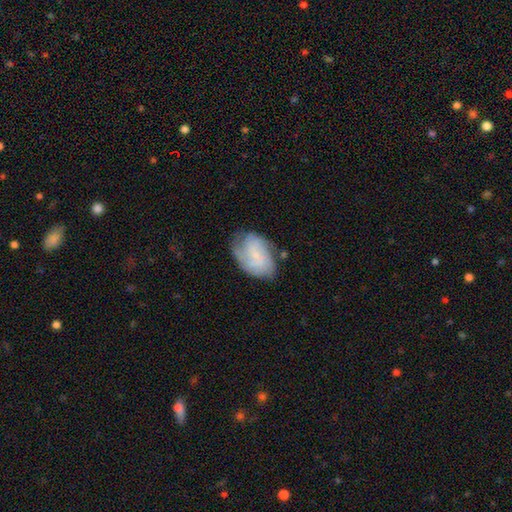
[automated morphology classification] The model was most divided on "bar": no: 50%, weak: 41%, strong: 9%. More confident: edge-on disk — no (97%); spiral arms — yes (85%); merging — none (61%); smooth or featured — featured or disk (53%); bulge size — small (52%).